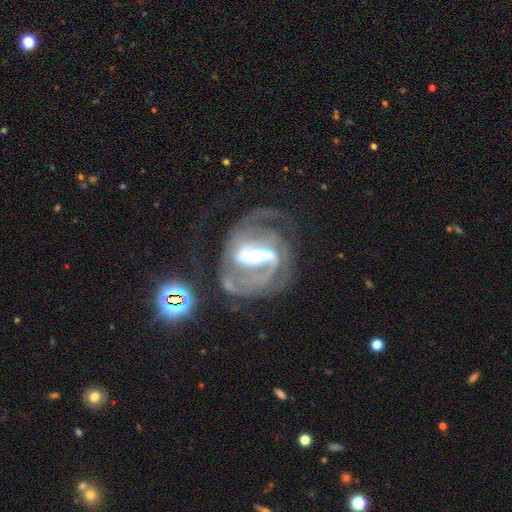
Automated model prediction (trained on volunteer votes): A featured or disk galaxy (89%) with a strong bar (54%), 2 (67%) medium (50%) spiral arms (95%) and a moderate central bulge (46%).

Vote fractions:
- Smooth or featured? featured or disk: 89% / star or artifact: 6% / smooth: 5%
- Edge-on disk? no: 97% / yes: 3%
- Bar? strong: 54% / weak: 29% / no: 17%
- Spiral arms? yes: 95% / no: 5%
- Spiral winding? medium: 50% / tight: 29% / loose: 21%
- Spiral arm count? 2: 67% / 3: 12% / can't tell: 10% / 1: 6% / 4: 3% / more than 4: 3%
- Bulge size? moderate: 46% / small: 40% / large: 9% / none: 2% / dominant: 2%
- Merging? none: 44% / major disturbance: 26% / minor disturbance: 16% / merger: 14%